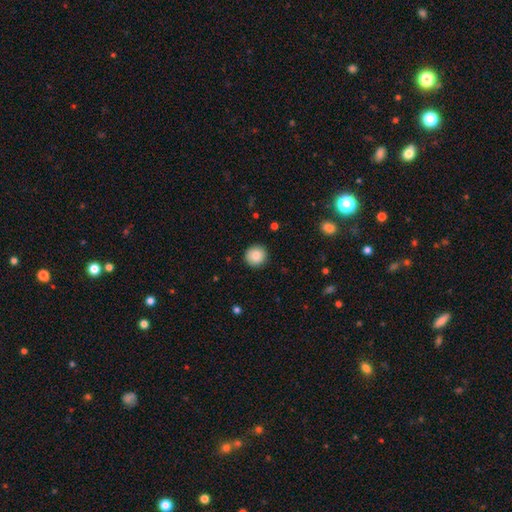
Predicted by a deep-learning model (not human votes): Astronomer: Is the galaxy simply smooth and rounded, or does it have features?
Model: smooth — 86%.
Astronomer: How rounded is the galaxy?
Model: round — 94%.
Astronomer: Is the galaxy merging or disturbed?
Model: none — 91%.